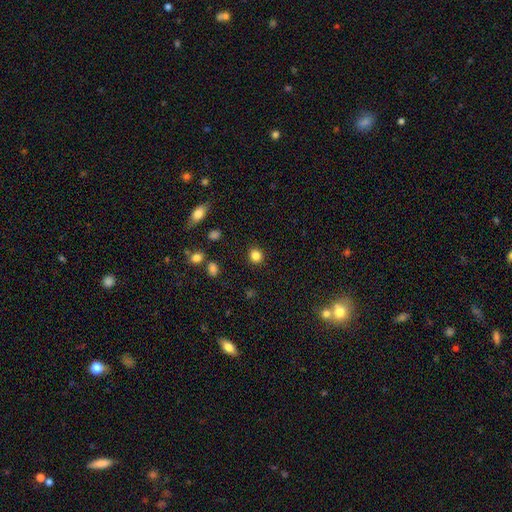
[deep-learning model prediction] This appears to be a smooth galaxy with no disk features (84%) that is round (85%). Merging: none (90%).